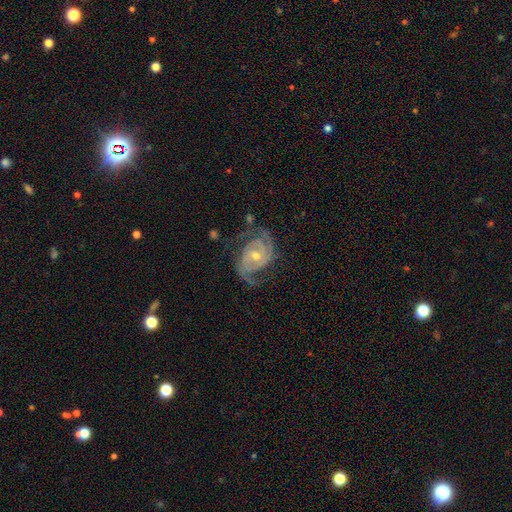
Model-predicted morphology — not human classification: Smooth or featured? Predicted: featured or disk (p=0.91). Edge-on disk? Predicted: no (p=0.97). Bar? Predicted: no (p=0.62). Spiral arms? Predicted: yes (p=0.98). Spiral winding? Predicted: tight (p=0.47). Spiral arm count? Predicted: 2 (p=0.71). Bulge size? Predicted: small (p=0.49). Merging? Predicted: none (p=0.69).